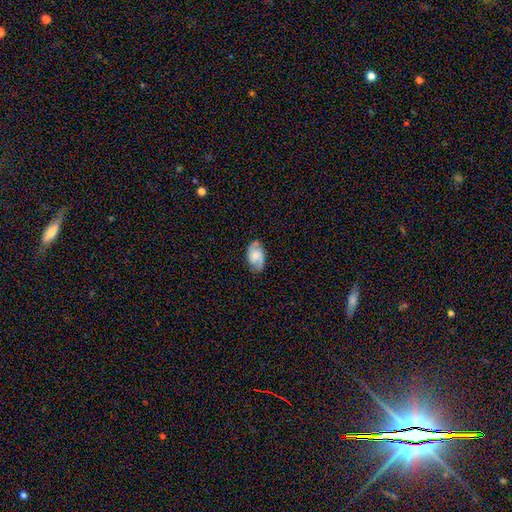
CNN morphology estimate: smooth_or_featured: featured or disk (p=0.59) [alt: smooth p=0.34]
disk_edge_on: no (p=0.96) [alt: yes p=0.04]
bar: no (p=0.57) [alt: weak p=0.36]
has_spiral_arms: yes (p=0.92) [alt: no p=0.08]
spiral_winding: medium (p=0.48) [alt: tight p=0.31]
spiral_arm_count: 2 (p=0.83) [alt: can't tell p=0.08]
bulge_size: small (p=0.30) [alt: moderate p=0.28]
merging: none (p=0.79) [alt: minor disturbance p=0.16]